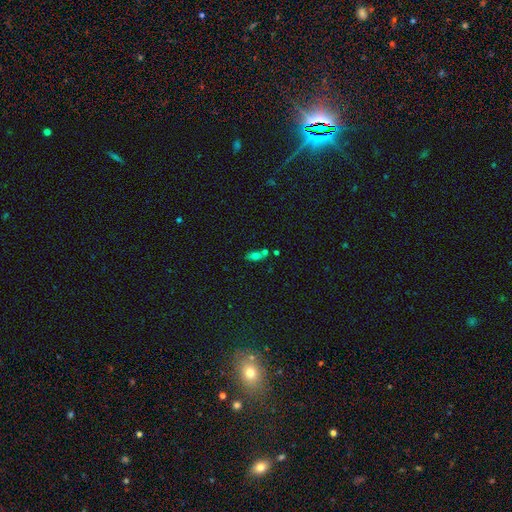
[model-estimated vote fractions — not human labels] Smooth or featured: smooth — 66% (featured or disk — 19%)
How rounded: in between — 80% (round — 11%)
Merging: none — 47% (merger — 33%)